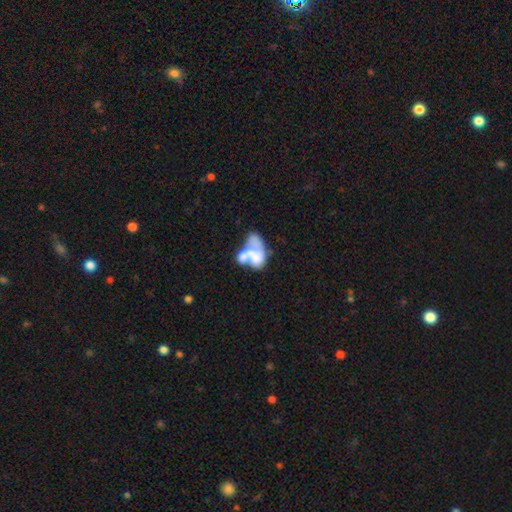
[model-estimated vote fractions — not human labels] Q: Smooth or featured?
A: featured or disk (48%); runner-up: smooth (43%)
Q: Merging?
A: merger (56%); runner-up: major disturbance (23%)